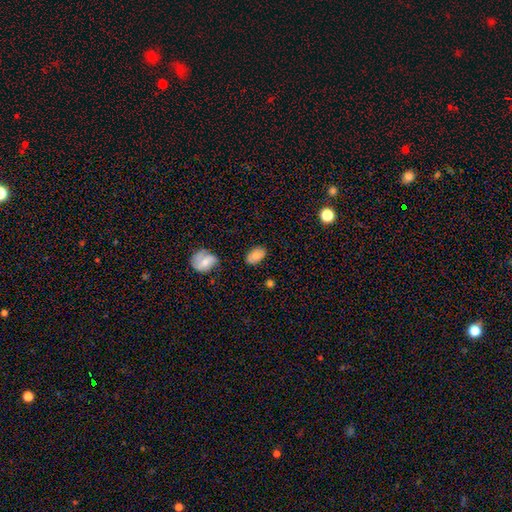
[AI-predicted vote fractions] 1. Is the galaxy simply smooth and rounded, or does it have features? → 78% smooth, 14% featured or disk, 8% star or artifact.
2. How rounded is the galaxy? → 92% in between, 6% round, 1% cigar-shaped.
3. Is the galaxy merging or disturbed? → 79% none, 15% minor disturbance, 3% major disturbance, 3% merger.